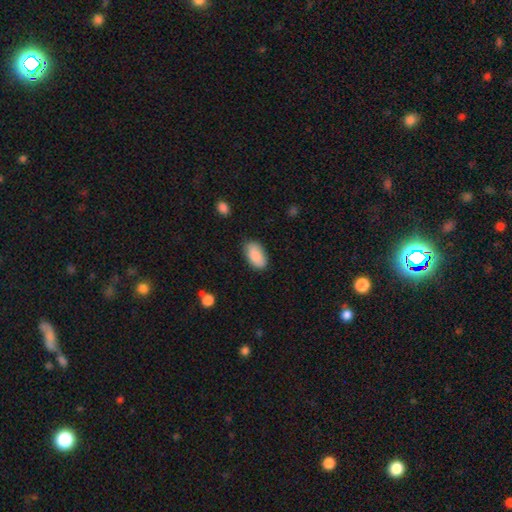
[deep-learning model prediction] smooth 87%, featured or disk 6%, star or artifact 6%. Down the decision tree: how rounded — in between (94%); merging — none (82%).